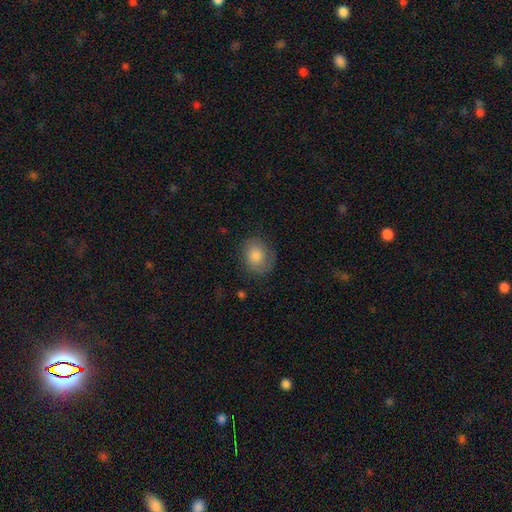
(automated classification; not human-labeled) The model was most divided on "how rounded": round: 59%, in between: 40%, cigar-shaped: 1%. More confident: merging — none (76%); smooth or featured — smooth (72%).